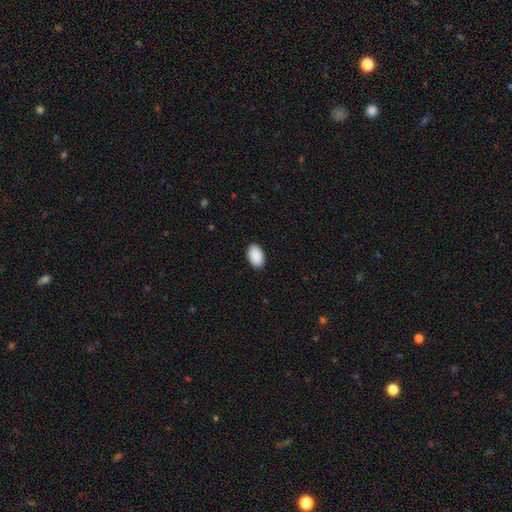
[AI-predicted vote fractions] Q: Smooth or featured?
A: smooth (92%); runner-up: star or artifact (6%)
Q: How rounded?
A: in between (94%); runner-up: round (5%)
Q: Merging?
A: none (90%); runner-up: minor disturbance (7%)